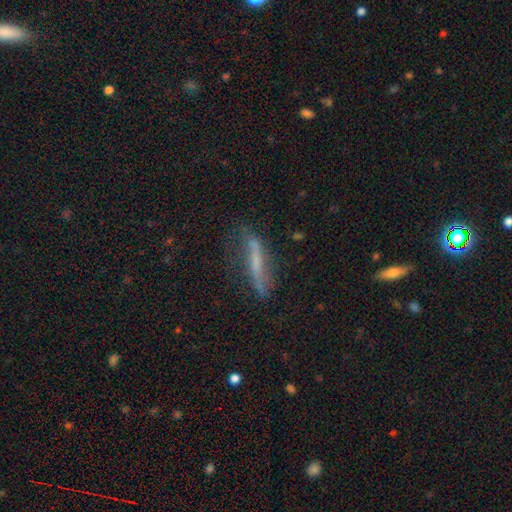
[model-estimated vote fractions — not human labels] Overall: featured or disk (48%; smooth 38%). Merging: none (64%).